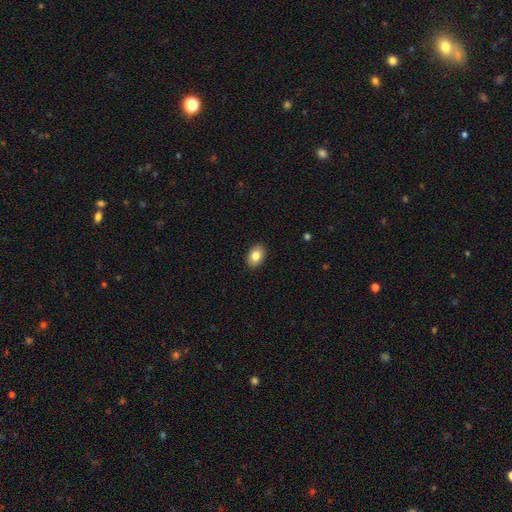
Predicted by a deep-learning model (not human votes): A smooth galaxy with no disk features (84%) that is in between round and cigar-shaped (80%).

Vote fractions:
- Smooth or featured? smooth: 84% / featured or disk: 9% / star or artifact: 8%
- How rounded? in between: 80% / round: 19% / cigar-shaped: 1%
- Merging? none: 90% / minor disturbance: 7% / major disturbance: 2% / merger: 1%